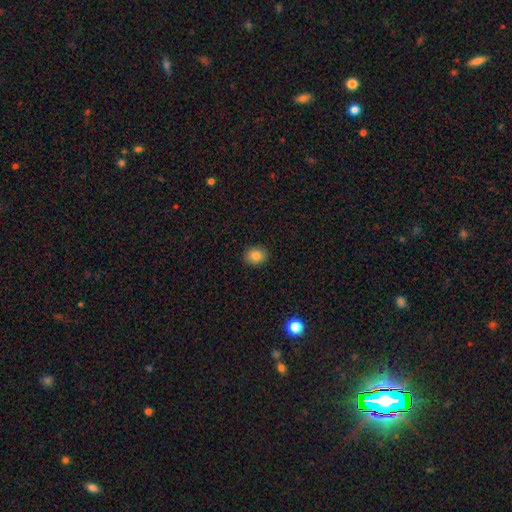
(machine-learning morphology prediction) Q: Smooth or featured?
A: smooth (83%); runner-up: star or artifact (10%)
Q: How rounded?
A: round (56%); runner-up: in between (43%)
Q: Merging?
A: none (90%); runner-up: minor disturbance (7%)